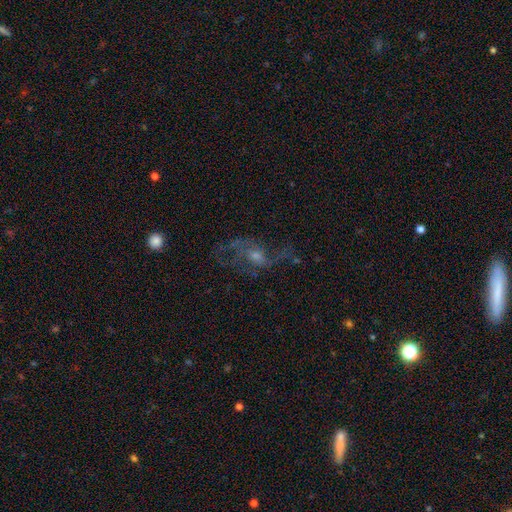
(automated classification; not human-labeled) smooth-or-featured: featured or disk: 67% | smooth: 17% | star or artifact: 15%
  disk-edge-on: no: 94% | yes: 6%
    bar: no: 68% | weak: 27% | strong: 5%
    has-spiral-arms: yes: 71% | no: 29%
    bulge-size: small: 47% | moderate: 40% | none: 7% | large: 4% | dominant: 1%
  merging: none: 48% | major disturbance: 32% | minor disturbance: 17% | merger: 3%